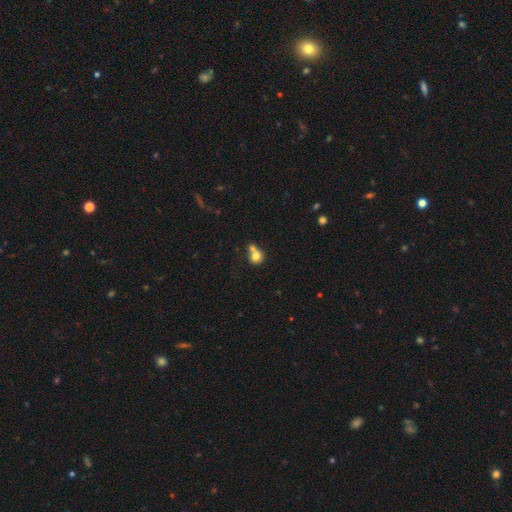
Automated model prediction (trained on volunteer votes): smooth-or-featured: smooth: 75% | featured or disk: 15% | star or artifact: 10%
  how-rounded: round: 78% | in between: 21% | cigar-shaped: 1%
  merging: merger: 53% | none: 33% | minor disturbance: 9% | major disturbance: 5%